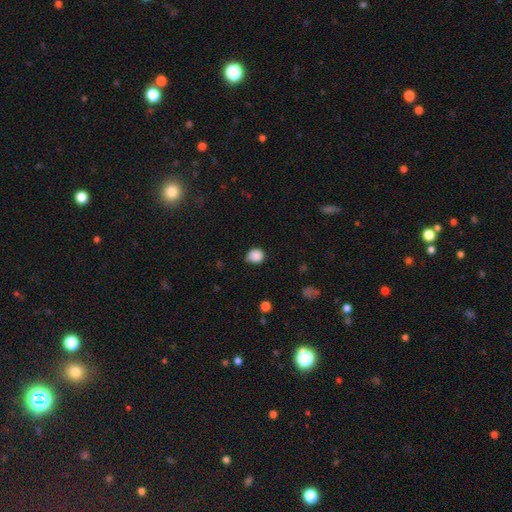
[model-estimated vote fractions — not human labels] Smooth or featured?
  - smooth: 87% *
  - star or artifact: 9%
  - featured or disk: 3%
How rounded?
  - round: 73% *
  - in between: 26%
  - cigar-shaped: 1%
Merging?
  - none: 70% *
  - minor disturbance: 24%
  - major disturbance: 4%
  - merger: 1%